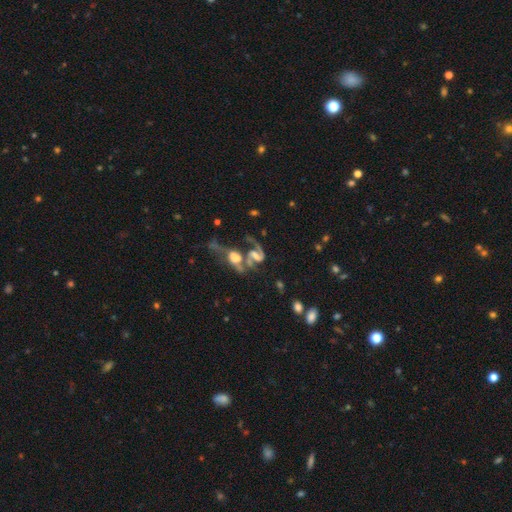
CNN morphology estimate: This is likely a featured or disk galaxy (75%). It is clearly not viewed edge-on (96%). Bar: marginally weak (39%). Spiral arm pattern: clearly yes (90%). Spiral arm count: likely 2 (71%). Spiral winding: possibly loose (52%). Central bulge: marginally moderate (34%). Merging: possibly merger (57%).